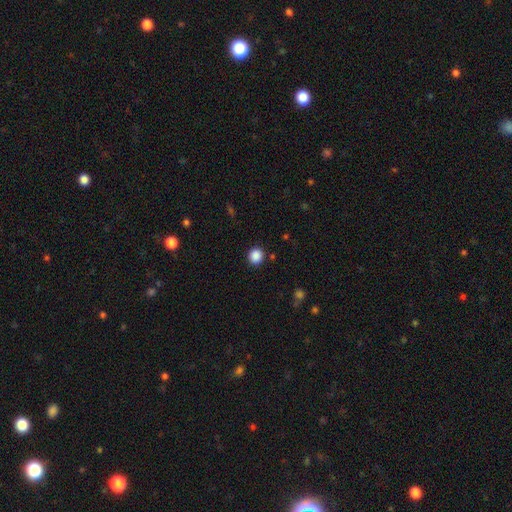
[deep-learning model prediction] A smooth galaxy with no disk features (87%) that is round (88%).

Vote fractions:
- Smooth or featured? smooth: 87% / star or artifact: 10% / featured or disk: 3%
- How rounded? round: 88% / in between: 11% / cigar-shaped: 1%
- Merging? none: 90% / minor disturbance: 6% / major disturbance: 2% / merger: 2%